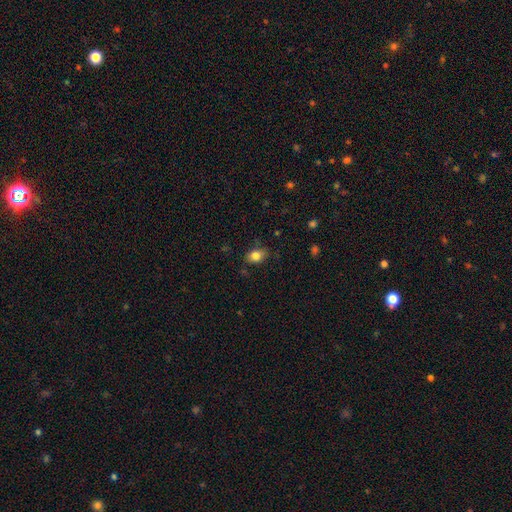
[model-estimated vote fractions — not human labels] Smooth or featured? smooth (83%)
How rounded? in between (77%)
Merging? none (77%)